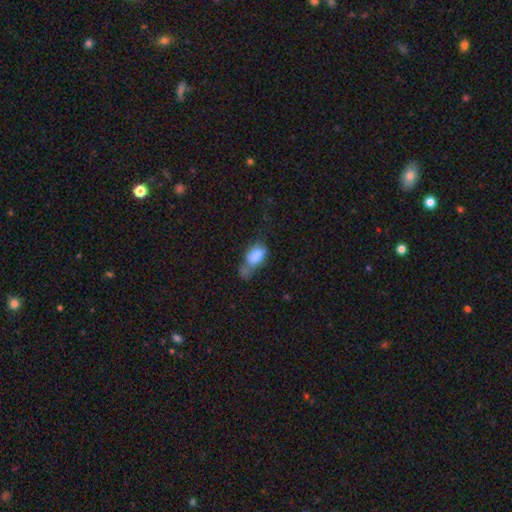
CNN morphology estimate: type=smooth (76%); roundness=in between (88%); merging=major disturbance (29%).